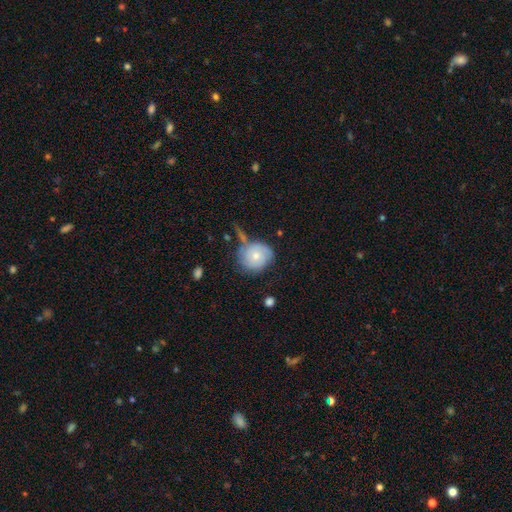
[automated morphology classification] A smooth galaxy with no disk features (62%) that is round (81%). Merging: none (53%).